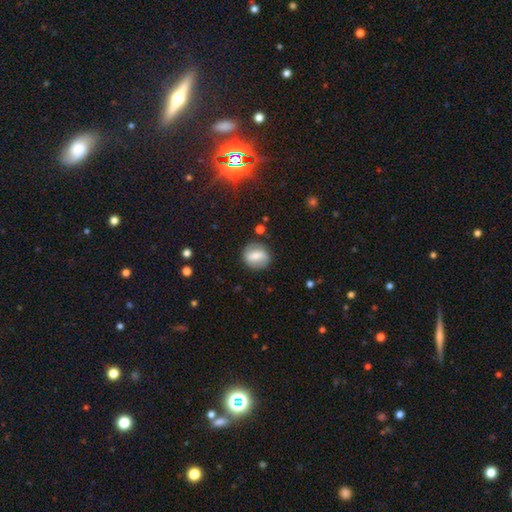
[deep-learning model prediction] The model was most divided on "smooth or featured": smooth: 48%, featured or disk: 44%, star or artifact: 8%. More confident: merging — none (83%).